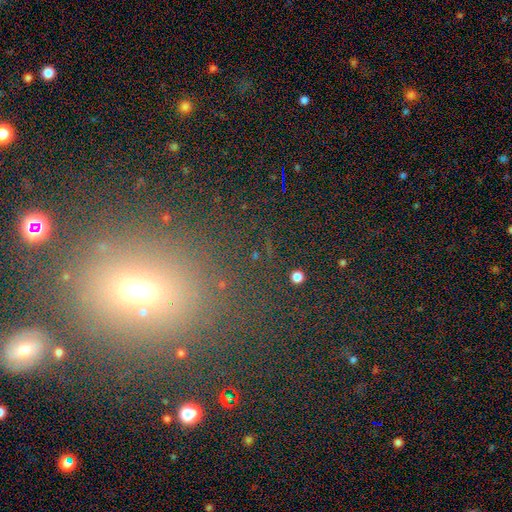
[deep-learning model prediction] Smooth or featured? smooth (46%)
Merging? none (80%)